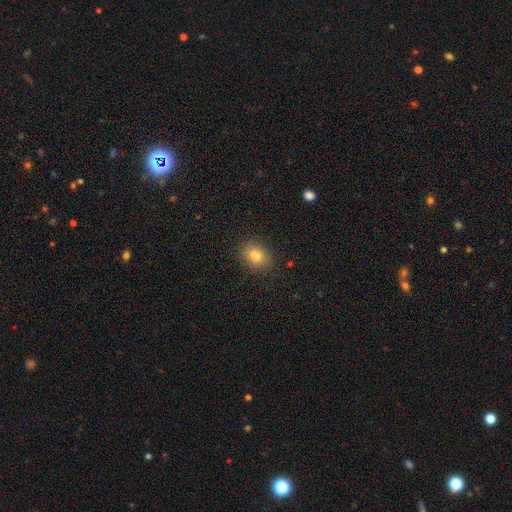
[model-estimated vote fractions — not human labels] This is clearly a smooth galaxy (82%). How rounded: likely in between (61%). Merging: clearly none (85%).